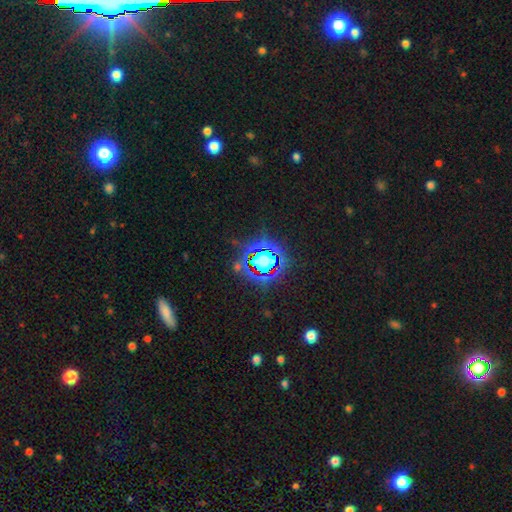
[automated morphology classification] A star or artifact, not a galaxy (78%).

Vote fractions:
- Smooth or featured? star or artifact: 78% / smooth: 14% / featured or disk: 9%